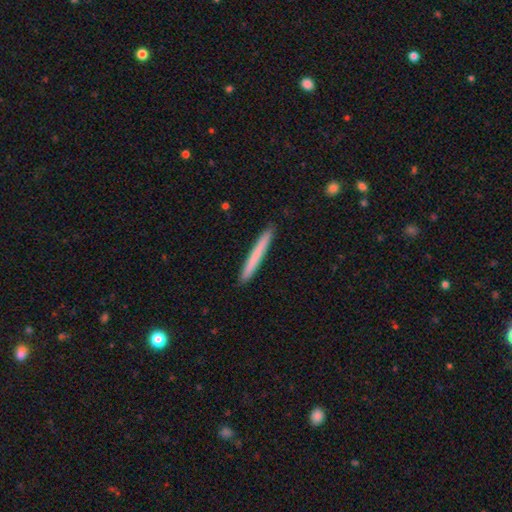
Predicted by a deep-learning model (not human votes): Overall: smooth (70%). How rounded: cigar-shaped (97%). Merging: none (92%).